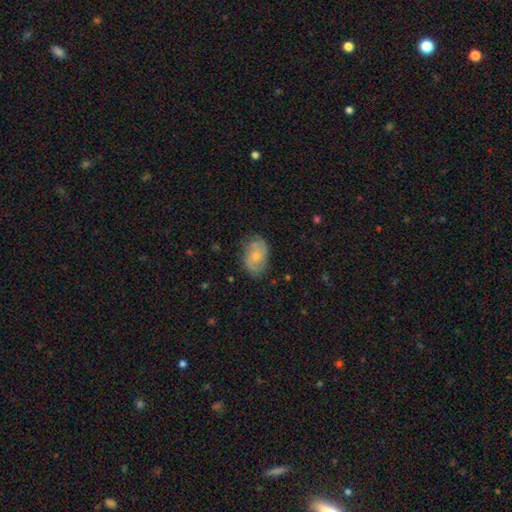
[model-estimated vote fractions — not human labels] A featured or disk galaxy (48%). Merging: none (72%).